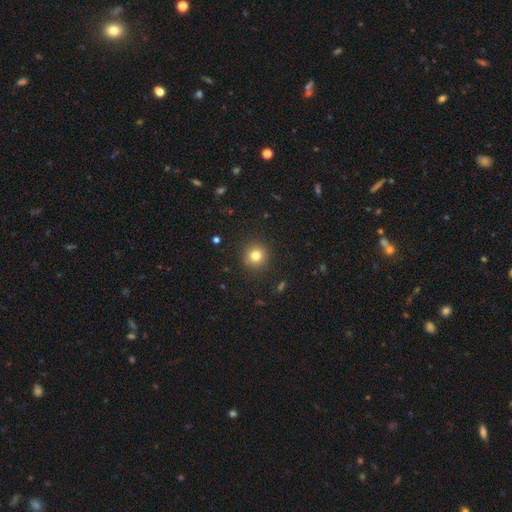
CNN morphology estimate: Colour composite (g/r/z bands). It shows a smooth galaxy with no disk features (79%) that is round (93%). Merging: none (90%).